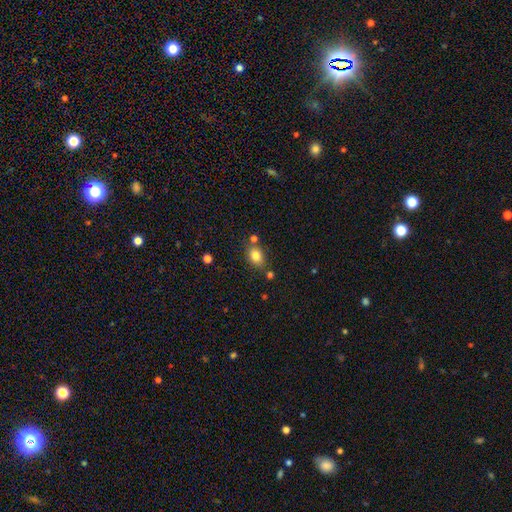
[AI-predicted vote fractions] Morphology: type=smooth (81%); roundness=in between (65%); merging=none (71%).